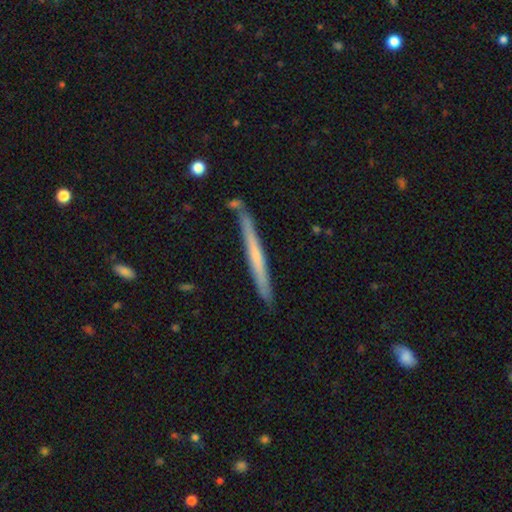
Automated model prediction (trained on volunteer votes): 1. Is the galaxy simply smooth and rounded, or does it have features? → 51% featured or disk, 43% smooth, 6% star or artifact.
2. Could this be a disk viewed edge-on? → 96% yes, 4% no.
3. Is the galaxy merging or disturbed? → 83% none, 11% minor disturbance, 4% merger, 2% major disturbance.